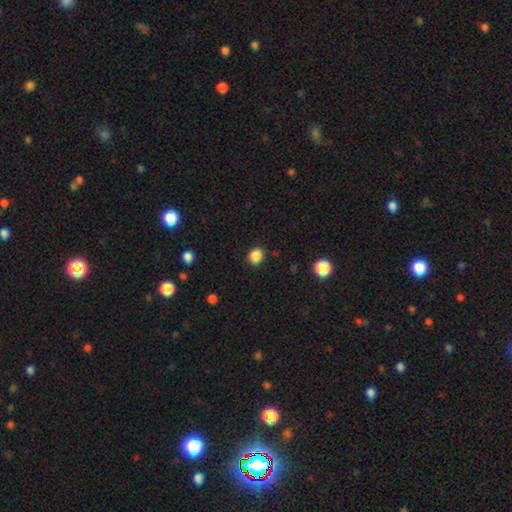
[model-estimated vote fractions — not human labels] smooth-or-featured: smooth: 86% | star or artifact: 11% | featured or disk: 3%
  how-rounded: round: 70% | in between: 29% | cigar-shaped: 1%
  merging: none: 84% | minor disturbance: 12% | major disturbance: 3% | merger: 1%